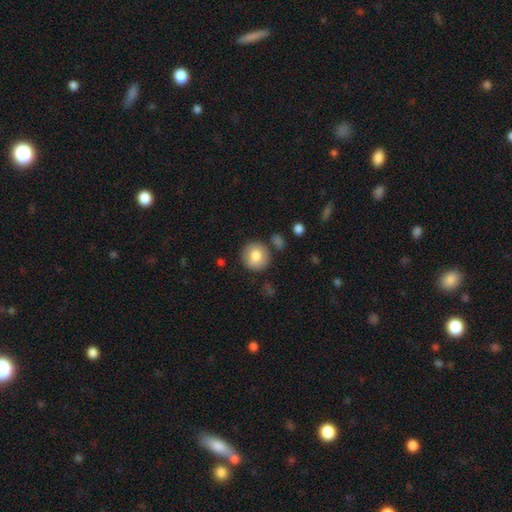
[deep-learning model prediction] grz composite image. It shows a smooth galaxy with no disk features (80%) that is round (92%). Merging: none (83%).